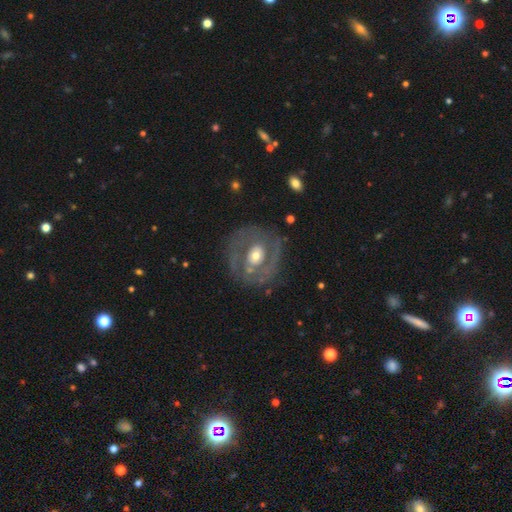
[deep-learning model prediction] A featured or disk galaxy (74%) with no bar (70%), spiral arms (57%) and a moderate central bulge (63%).

Vote fractions:
- Smooth or featured? featured or disk: 74% / smooth: 21% / star or artifact: 6%
- Edge-on disk? no: 96% / yes: 4%
- Bar? no: 70% / weak: 22% / strong: 8%
- Spiral arms? yes: 57% / no: 43%
- Bulge size? moderate: 63% / small: 20% / large: 15% / dominant: 2% / none: 1%
- Merging? none: 71% / minor disturbance: 16% / major disturbance: 11% / merger: 2%